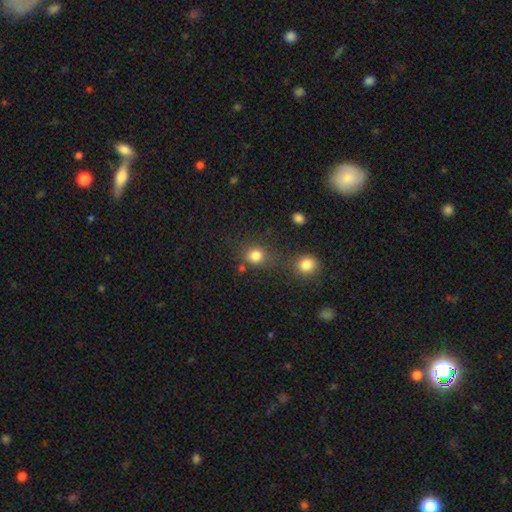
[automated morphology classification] Smooth or featured? Predicted: smooth (p=0.81). How rounded? Predicted: round (p=0.78). Merging? Predicted: none (p=0.60).